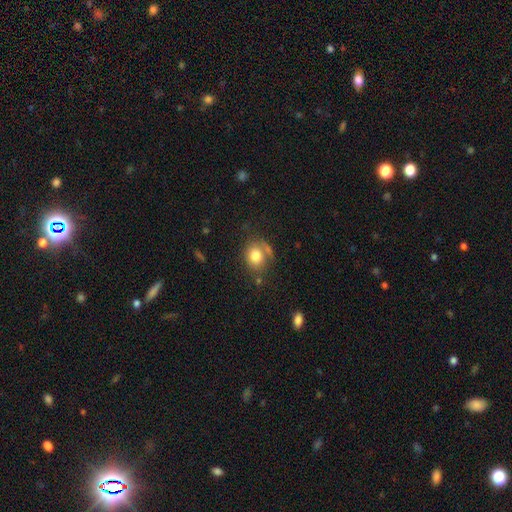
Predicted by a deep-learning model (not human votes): The model was most divided on "how rounded": round: 58%, in between: 41%, cigar-shaped: 1%. More confident: smooth or featured — smooth (79%); merging — none (59%).